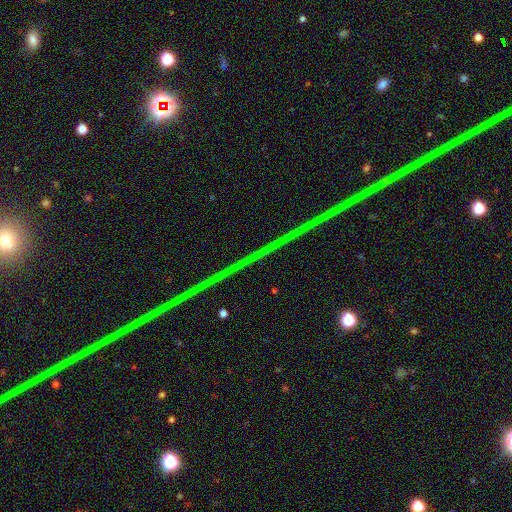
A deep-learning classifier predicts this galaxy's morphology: Smooth or featured: star or artifact — 86% (featured or disk — 9%)